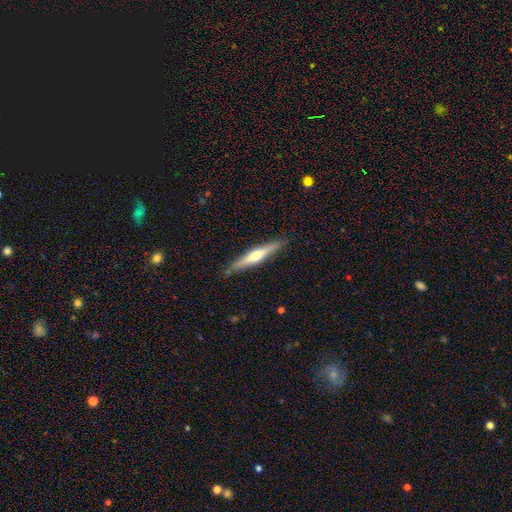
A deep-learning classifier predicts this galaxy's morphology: smooth-or-featured: featured or disk: 59% | smooth: 35% | star or artifact: 5%
  disk-edge-on: yes: 96% | no: 4%
    edge-on-bulge: rounded: 83% | none: 12% | boxy: 6%
  merging: none: 87% | minor disturbance: 9% | major disturbance: 2% | merger: 1%